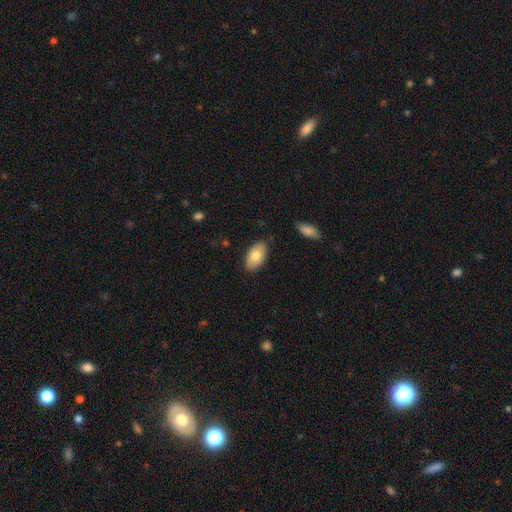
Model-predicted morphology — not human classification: Smooth or featured? Predicted: smooth (p=0.78). How rounded? Predicted: in between (p=0.94). Merging? Predicted: none (p=0.85).